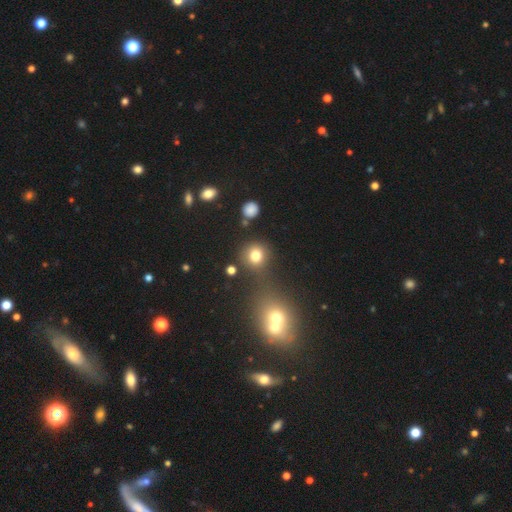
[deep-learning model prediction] A smooth galaxy with no disk features (76%) that is round (88%). Merging: none (72%).